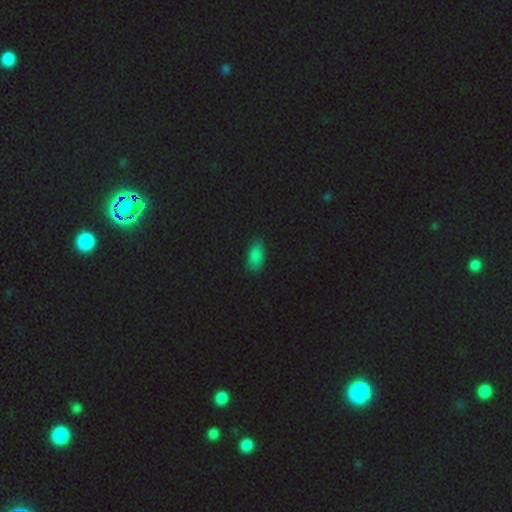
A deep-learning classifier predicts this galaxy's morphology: Q: Smooth or featured?
A: smooth (84%); runner-up: star or artifact (12%)
Q: How rounded?
A: in between (91%); runner-up: cigar-shaped (6%)
Q: Merging?
A: none (84%); runner-up: minor disturbance (13%)